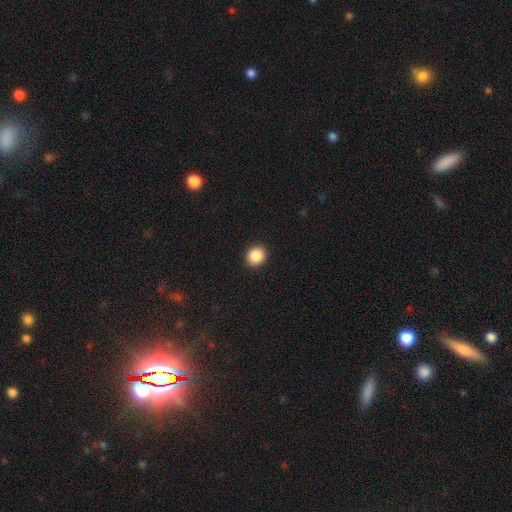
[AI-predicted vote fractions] The model was most divided on "how rounded": round: 75%, in between: 24%, cigar-shaped: 1%. More confident: merging — none (92%); smooth or featured — smooth (89%).